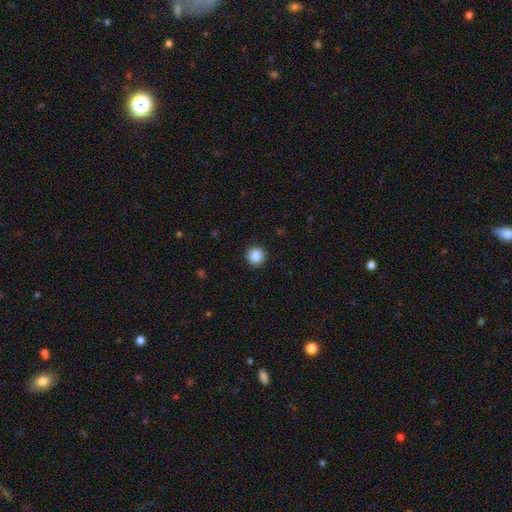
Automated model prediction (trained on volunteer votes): smooth_or_featured: smooth (p=0.87) [alt: star or artifact p=0.10]
how_rounded: round (p=0.94) [alt: in between p=0.05]
merging: none (p=0.92) [alt: minor disturbance p=0.05]